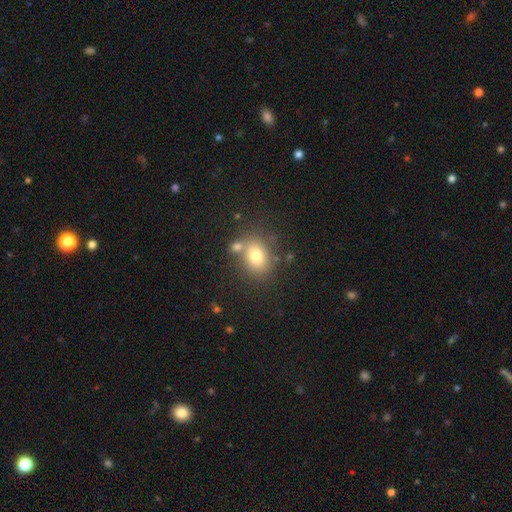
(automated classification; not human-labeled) Smooth or featured: smooth — 76% (featured or disk — 13%)
How rounded: in between — 60% (round — 39%)
Merging: none — 64% (merger — 19%)